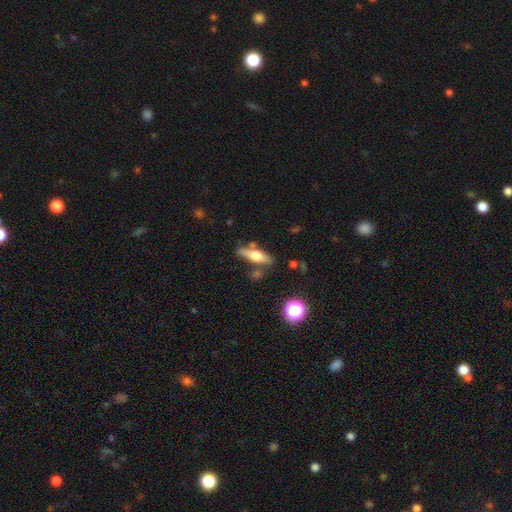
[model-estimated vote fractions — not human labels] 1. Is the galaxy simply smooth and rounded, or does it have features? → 47% featured or disk, 45% smooth, 8% star or artifact.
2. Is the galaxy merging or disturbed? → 73% none, 15% minor disturbance, 8% merger, 4% major disturbance.